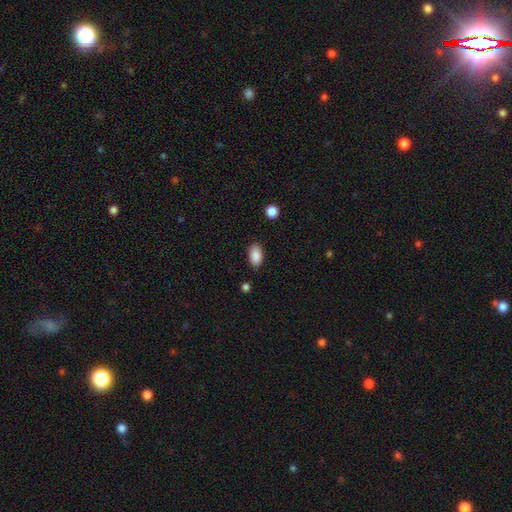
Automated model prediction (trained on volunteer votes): This appears to be a smooth galaxy with no disk features (89%) that is in between round and cigar-shaped (93%). Merging: none (85%).